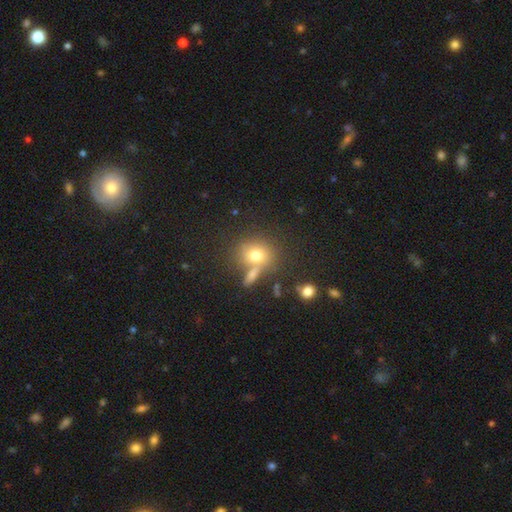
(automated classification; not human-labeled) A smooth galaxy with no disk features (73%) that is round (67%).

Vote fractions:
- Smooth or featured? smooth: 73% / featured or disk: 14% / star or artifact: 13%
- How rounded? round: 67% / in between: 31% / cigar-shaped: 2%
- Merging? none: 57% / merger: 25% / minor disturbance: 12% / major disturbance: 5%